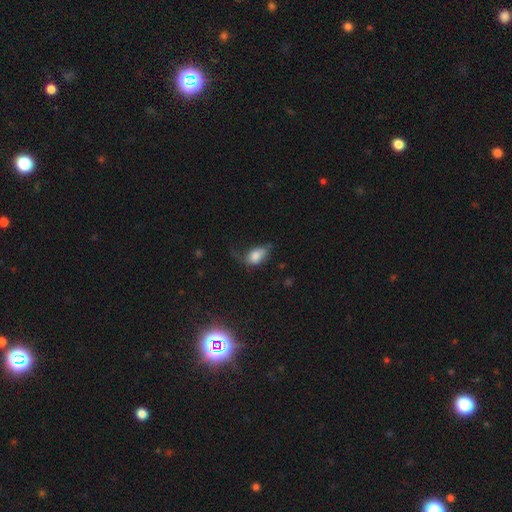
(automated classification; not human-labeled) This appears to be a smooth galaxy with no disk features (71%) that is in between round and cigar-shaped (86%). Merging: major disturbance (40%).